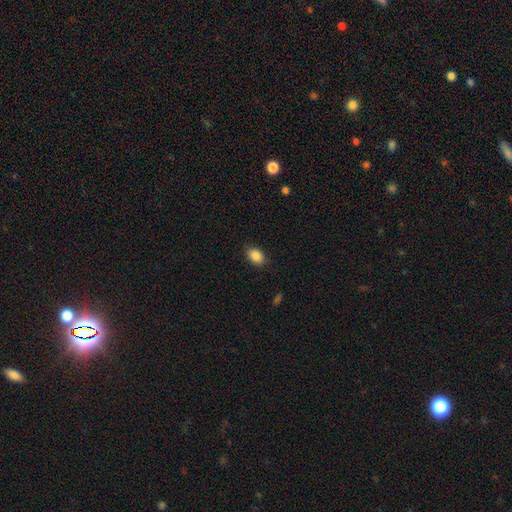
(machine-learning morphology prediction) A smooth galaxy with no disk features (88%) that is in between round and cigar-shaped (79%). Merging: none (86%).